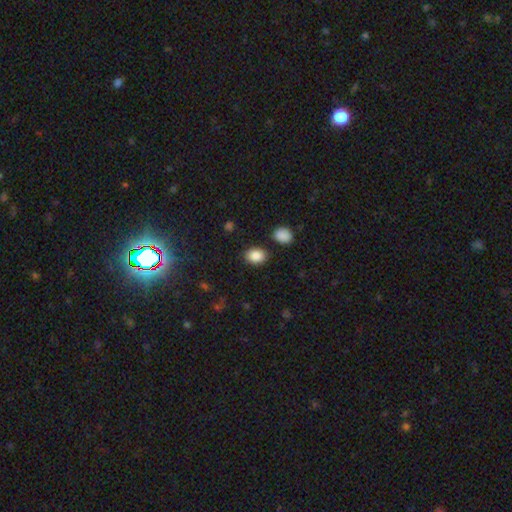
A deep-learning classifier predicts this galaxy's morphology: A smooth galaxy with no disk features (87%) that is in between round and cigar-shaped (66%).

Vote fractions:
- Smooth or featured? smooth: 87% / star or artifact: 9% / featured or disk: 4%
- How rounded? in between: 66% / round: 33% / cigar-shaped: 1%
- Merging? none: 83% / minor disturbance: 10% / merger: 4% / major disturbance: 3%